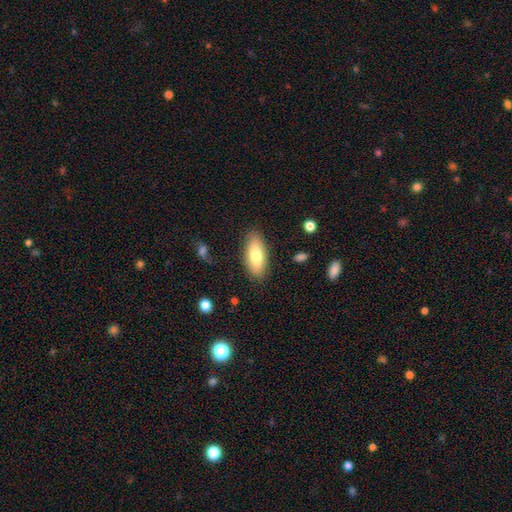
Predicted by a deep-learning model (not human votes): This is likely a smooth galaxy (74%). How rounded: likely in between (79%). Merging: clearly none (85%).